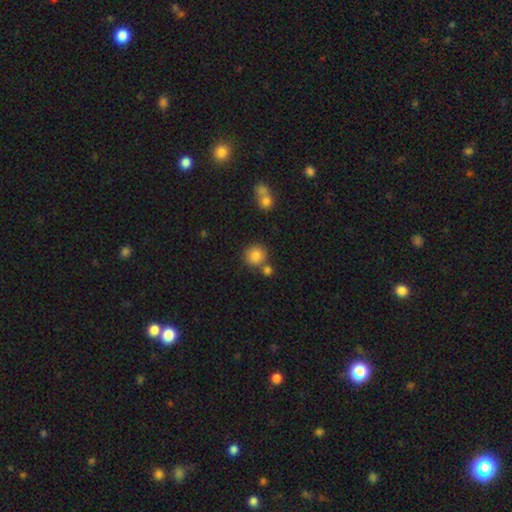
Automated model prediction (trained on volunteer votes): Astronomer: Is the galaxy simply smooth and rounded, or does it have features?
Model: smooth — 84%.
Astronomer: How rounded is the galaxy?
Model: round — 90%.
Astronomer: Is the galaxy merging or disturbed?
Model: none — 70%.